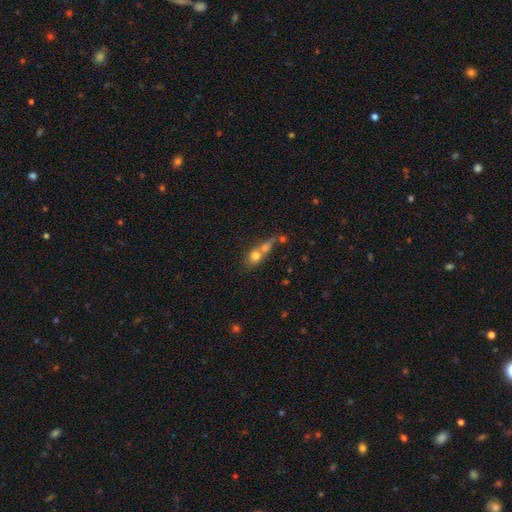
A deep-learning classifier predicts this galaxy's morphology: smooth_or_featured: smooth (p=0.70) [alt: featured or disk p=0.19]
how_rounded: round (p=0.52) [alt: in between p=0.41]
merging: merger (p=0.65) [alt: none p=0.21]